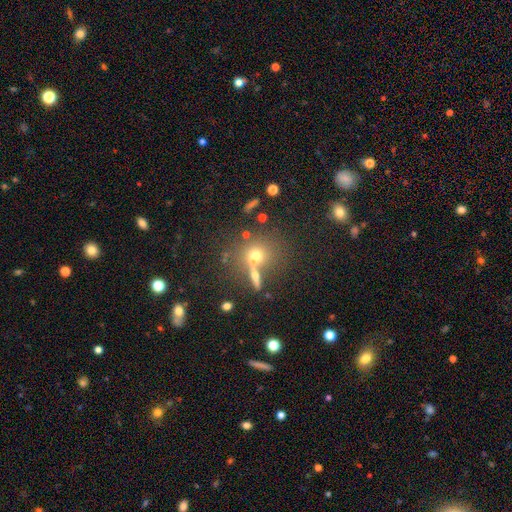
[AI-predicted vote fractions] The model was most divided on "merging": none: 49%, merger: 35%, minor disturbance: 10%, major disturbance: 6%. More confident: how rounded — round (76%); smooth or featured — smooth (58%).